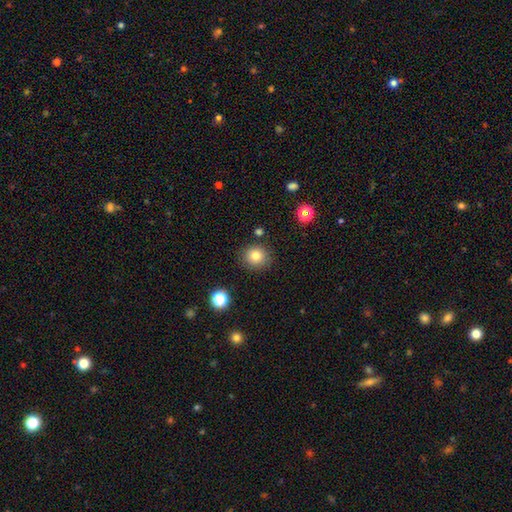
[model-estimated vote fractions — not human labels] Smooth or featured: smooth — 81% (star or artifact — 12%)
How rounded: round — 87% (in between — 13%)
Merging: none — 86% (minor disturbance — 9%)